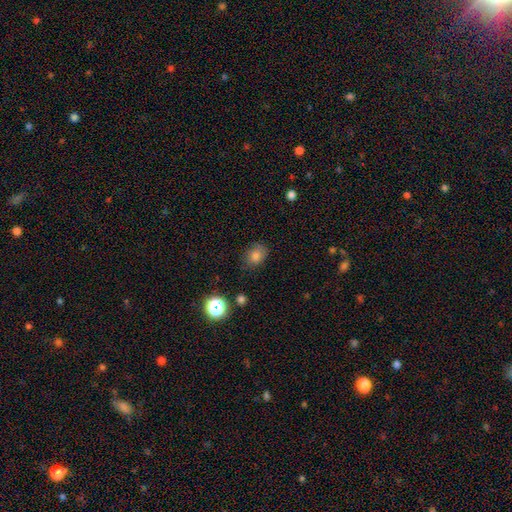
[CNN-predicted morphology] This is likely a smooth galaxy (78%). How rounded: possibly in between (57%). Merging: likely none (74%).